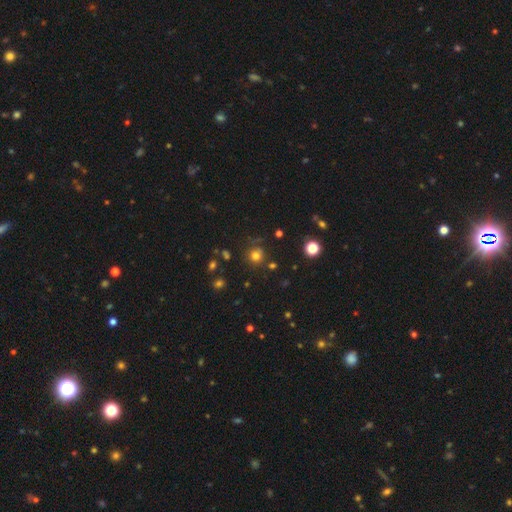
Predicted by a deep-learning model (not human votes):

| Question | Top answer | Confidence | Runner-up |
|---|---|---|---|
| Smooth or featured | smooth | 74% | star or artifact (19%) |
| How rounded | round | 91% | in between (8%) |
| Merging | none | 80% | minor disturbance (11%) |